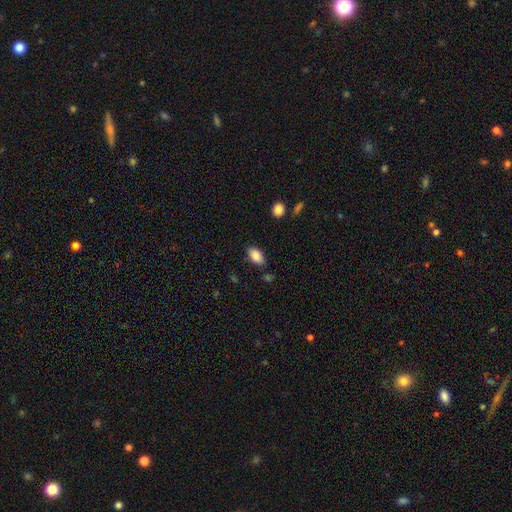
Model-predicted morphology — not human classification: Smooth or featured?
  - smooth: 85% *
  - featured or disk: 8%
  - star or artifact: 7%
How rounded?
  - in between: 92% *
  - round: 5%
  - cigar-shaped: 3%
Merging?
  - none: 82% *
  - minor disturbance: 13%
  - major disturbance: 3%
  - merger: 2%